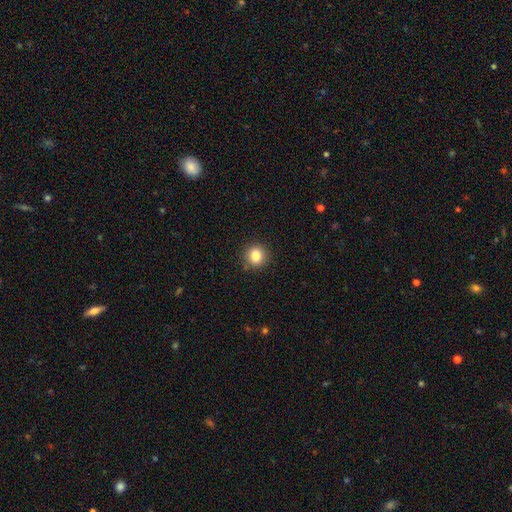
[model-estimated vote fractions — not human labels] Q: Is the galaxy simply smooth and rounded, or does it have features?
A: smooth — 83%.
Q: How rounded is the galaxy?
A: round — 90%.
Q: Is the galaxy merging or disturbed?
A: none — 90%.